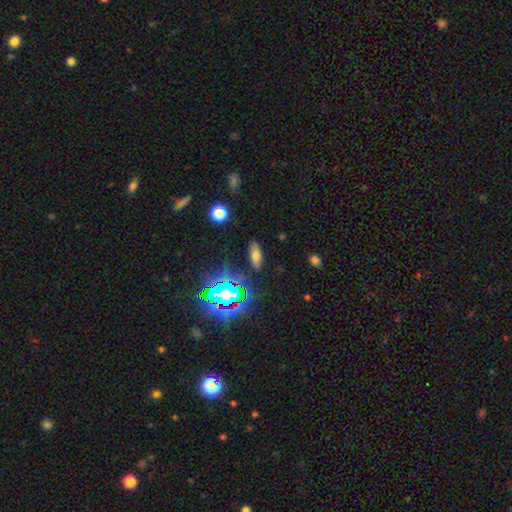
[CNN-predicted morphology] Smooth or featured? Predicted: smooth (p=0.65). How rounded? Predicted: in between (p=0.73). Merging? Predicted: none (p=0.85).